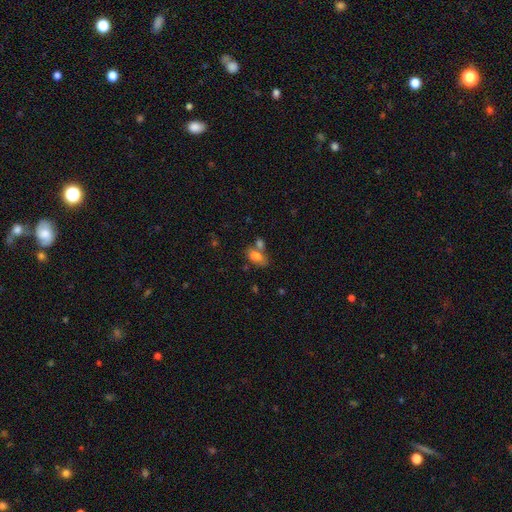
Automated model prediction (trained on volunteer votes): Morphology: type=smooth (79%); roundness=in between (89%); merging=merger (41%).